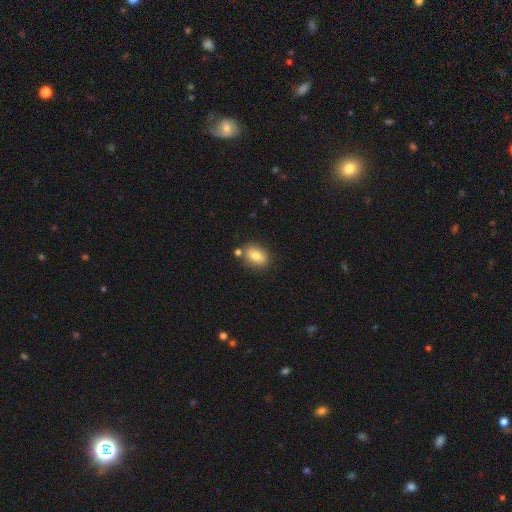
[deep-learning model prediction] Smooth or featured? Predicted: smooth (p=0.80). How rounded? Predicted: in between (p=0.80). Merging? Predicted: none (p=0.77).